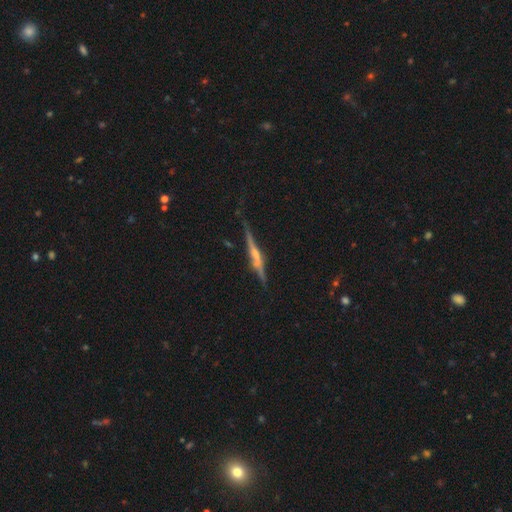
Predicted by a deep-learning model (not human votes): A featured or disk galaxy (73%) viewed edge-on (97%) with a rounded central bulge (57%). Merging: none (76%).